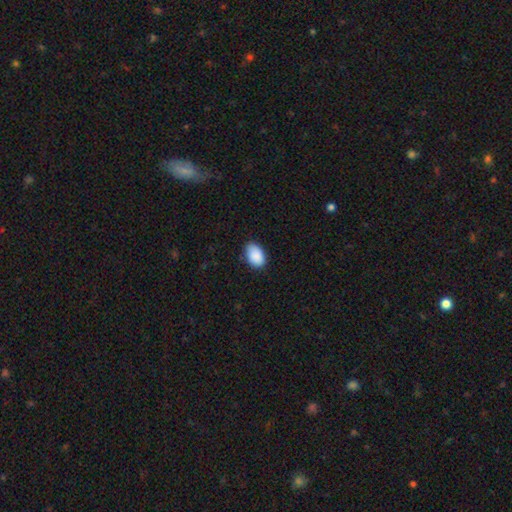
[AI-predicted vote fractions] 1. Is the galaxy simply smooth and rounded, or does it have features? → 90% smooth, 7% star or artifact, 3% featured or disk.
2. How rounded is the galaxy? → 90% in between, 9% round, 1% cigar-shaped.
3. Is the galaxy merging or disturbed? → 77% none, 19% minor disturbance, 3% major disturbance, 1% merger.